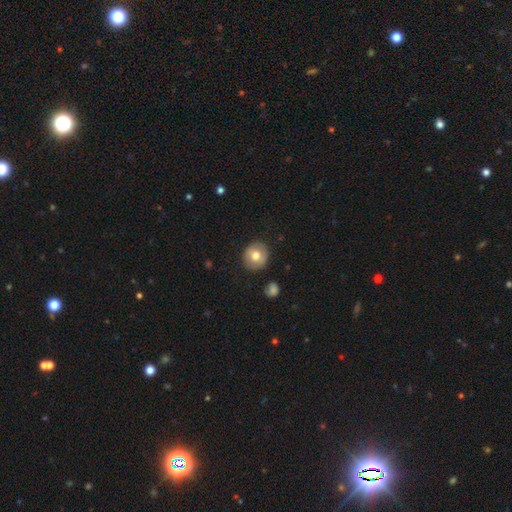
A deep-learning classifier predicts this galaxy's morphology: smooth_or_featured: smooth (p=0.72) [alt: featured or disk p=0.20]
how_rounded: round (p=0.87) [alt: in between p=0.12]
merging: none (p=0.87) [alt: minor disturbance p=0.09]